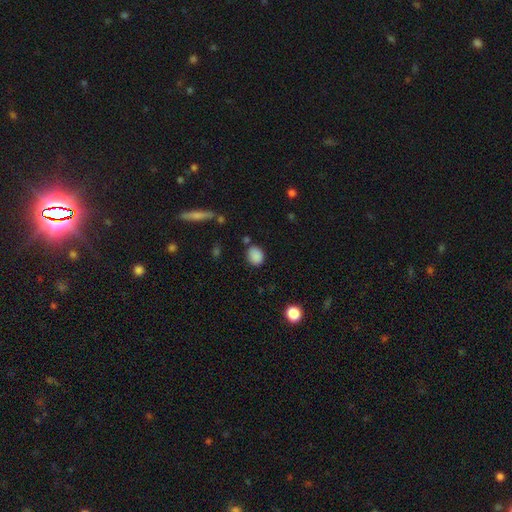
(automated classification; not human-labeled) Q: Smooth or featured?
A: smooth (86%); runner-up: star or artifact (9%)
Q: How rounded?
A: round (51%); runner-up: in between (48%)
Q: Merging?
A: none (74%); runner-up: minor disturbance (16%)